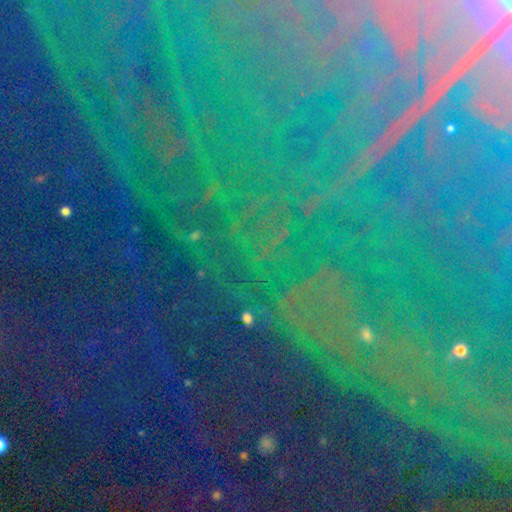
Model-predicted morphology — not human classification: Smooth or featured: star or artifact — 85% (featured or disk — 8%)